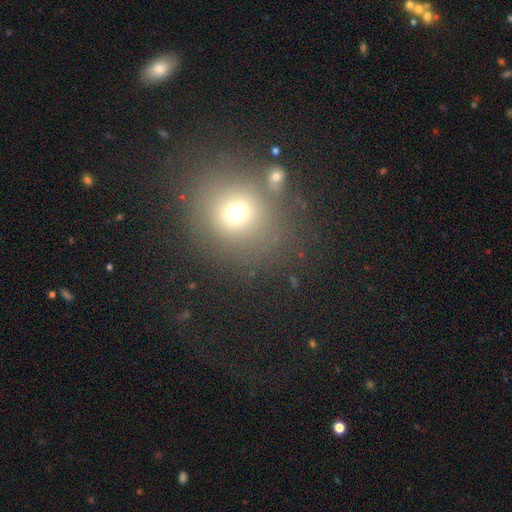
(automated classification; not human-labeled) Smooth or featured: smooth — 64% (star or artifact — 23%)
How rounded: round — 80% (in between — 19%)
Merging: none — 73% (minor disturbance — 12%)